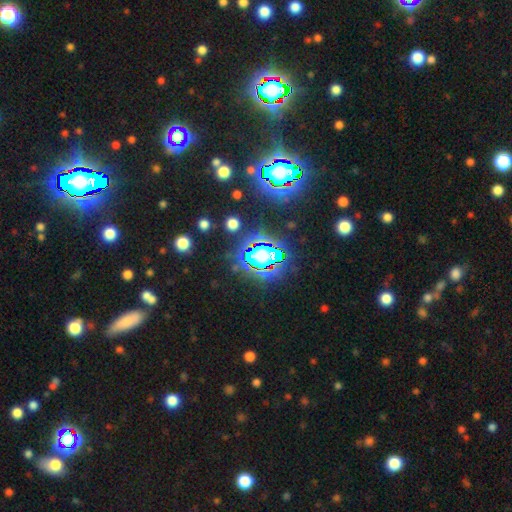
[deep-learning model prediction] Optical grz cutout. It shows a star or artifact, not a galaxy (76%).